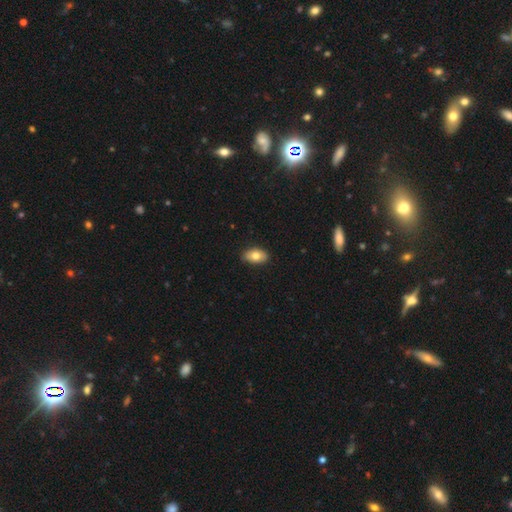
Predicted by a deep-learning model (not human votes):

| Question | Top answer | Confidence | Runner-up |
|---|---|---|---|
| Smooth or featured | smooth | 78% | featured or disk (15%) |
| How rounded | in between | 91% | round (7%) |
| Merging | none | 86% | minor disturbance (11%) |